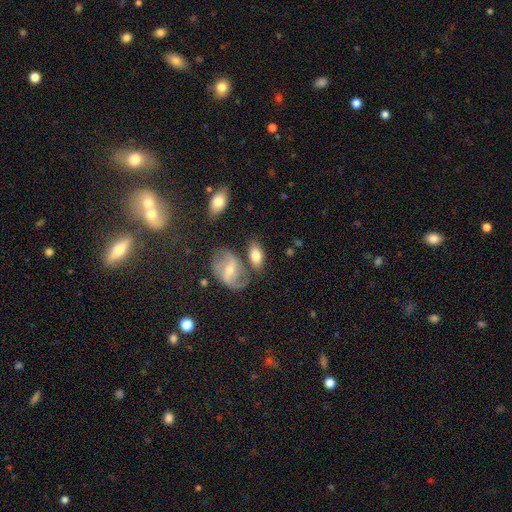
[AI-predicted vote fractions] smooth-or-featured: smooth: 69% | featured or disk: 24% | star or artifact: 8%
  how-rounded: in between: 88% | round: 8% | cigar-shaped: 3%
  merging: none: 61% | merger: 17% | minor disturbance: 16% | major disturbance: 6%